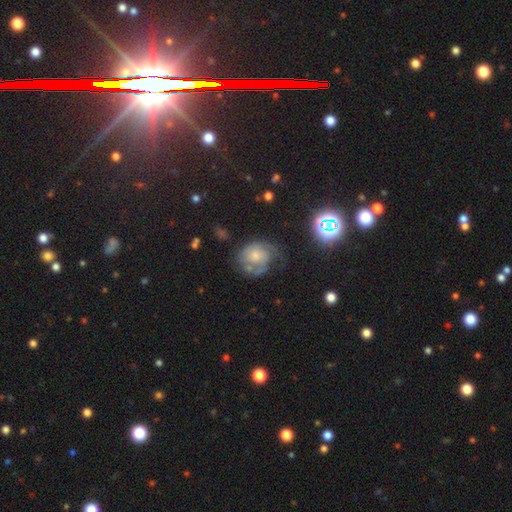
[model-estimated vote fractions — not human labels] Morphology: type=featured or disk (55%); edge-on=no (97%); bar=no (77%); spiral arms=yes (75%); bulge=small (40%); merging=none (39%).